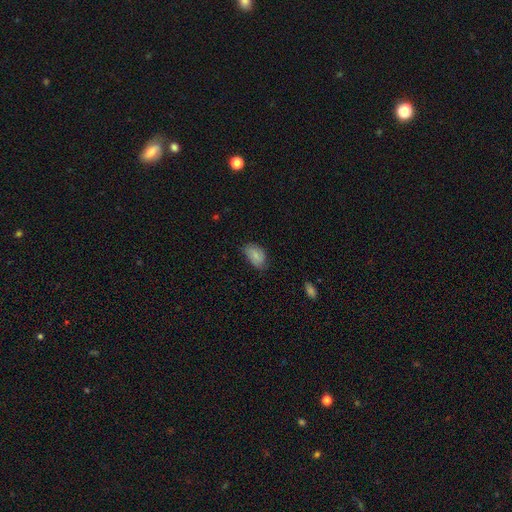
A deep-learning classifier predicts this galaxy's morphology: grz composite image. It shows a smooth galaxy with no disk features (78%) that is in between round and cigar-shaped (91%). Merging: none (61%).